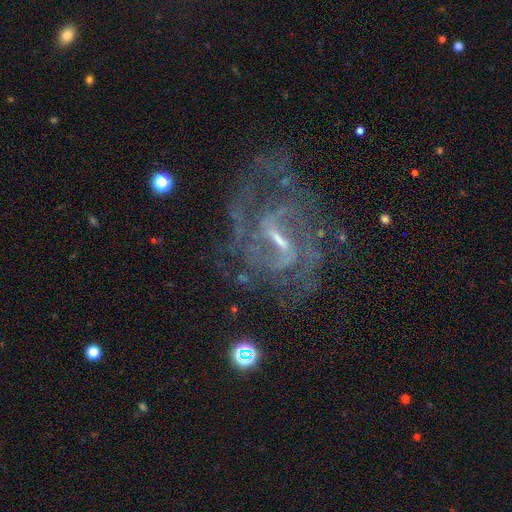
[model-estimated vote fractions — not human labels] smooth_or_featured: featured or disk (p=0.84) [alt: star or artifact p=0.11]
disk_edge_on: no (p=0.96) [alt: yes p=0.04]
bar: weak (p=0.51) [alt: strong p=0.34]
has_spiral_arms: yes (p=0.93) [alt: no p=0.07]
spiral_winding: medium (p=0.46) [alt: tight p=0.38]
spiral_arm_count: 2 (p=0.34) [alt: can't tell p=0.29]
bulge_size: small (p=0.60) [alt: moderate p=0.24]
merging: none (p=0.65) [alt: minor disturbance p=0.16]